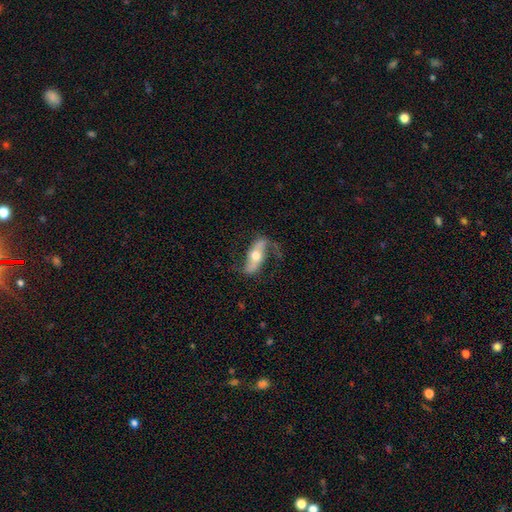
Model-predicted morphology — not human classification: type=featured or disk (72%); edge-on=no (77%); bar=no (41%); spiral arms=yes (85%); bulge=moderate (71%); merging=none (68%).